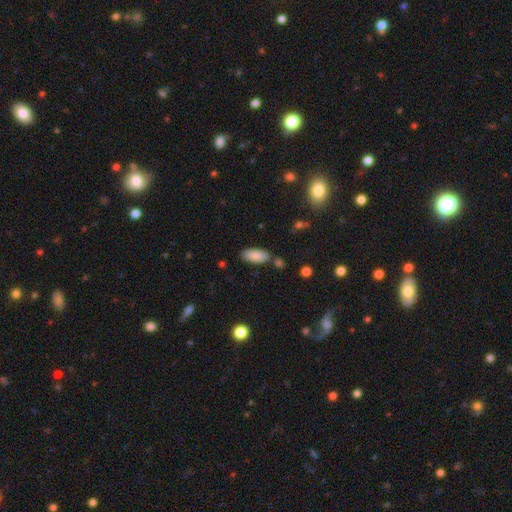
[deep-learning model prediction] Overall: smooth (86%). How rounded: in between (88%). Merging: none (79%).